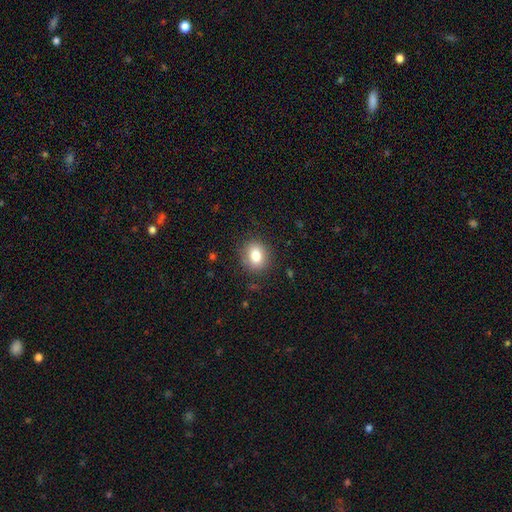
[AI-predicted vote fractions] A smooth galaxy with no disk features (81%) that is round (62%).

Vote fractions:
- Smooth or featured? smooth: 81% / star or artifact: 10% / featured or disk: 9%
- How rounded? round: 62% / in between: 37% / cigar-shaped: 1%
- Merging? none: 86% / minor disturbance: 10% / major disturbance: 3% / merger: 1%